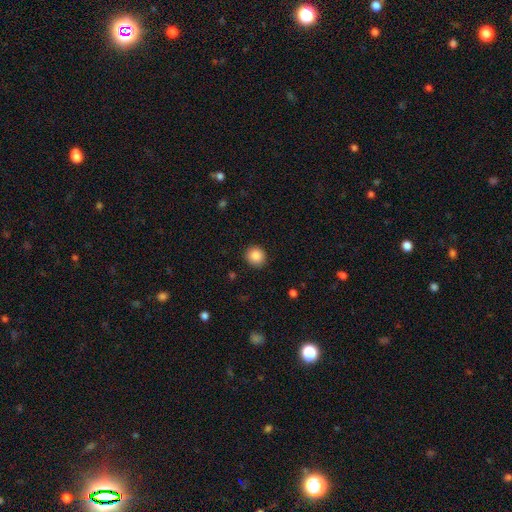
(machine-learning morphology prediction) Smooth or featured?
  - smooth: 87% *
  - star or artifact: 9%
  - featured or disk: 4%
How rounded?
  - round: 90% *
  - in between: 9%
  - cigar-shaped: 1%
Merging?
  - none: 90% *
  - minor disturbance: 7%
  - major disturbance: 2%
  - merger: 1%